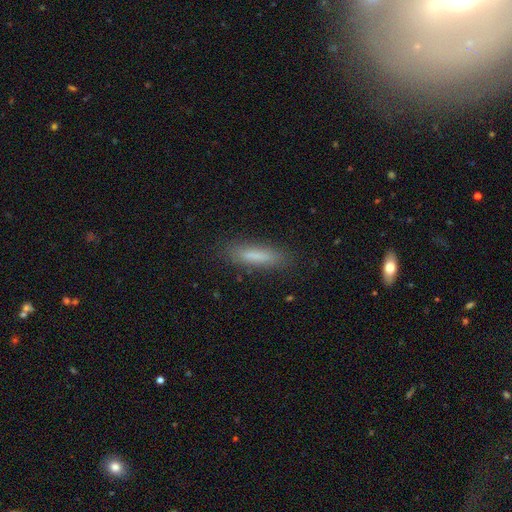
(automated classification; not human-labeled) Morphology: type=smooth (79%); roundness=cigar-shaped (75%); merging=none (86%).